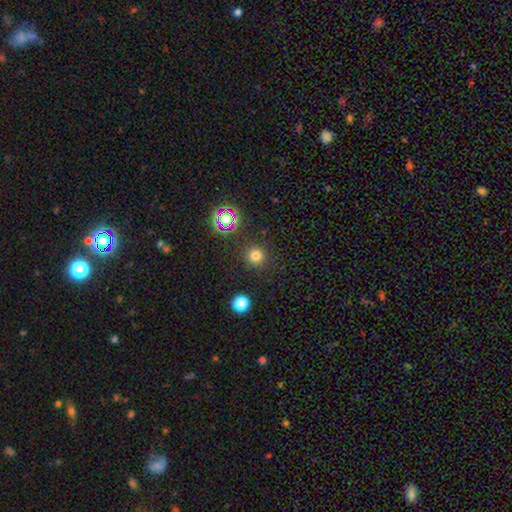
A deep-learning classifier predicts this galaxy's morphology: Smooth or featured: smooth — 74% (star or artifact — 20%)
How rounded: round — 95% (in between — 5%)
Merging: none — 88% (minor disturbance — 7%)